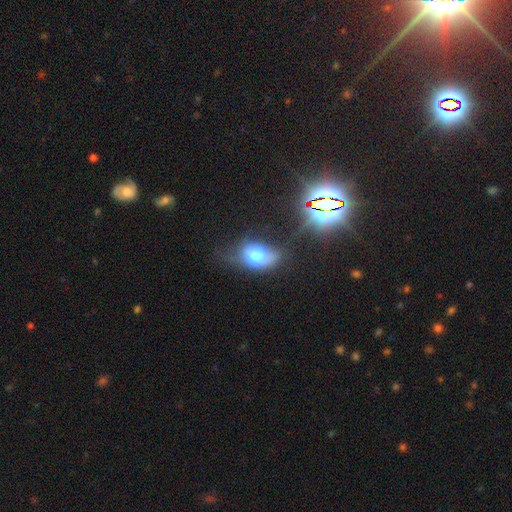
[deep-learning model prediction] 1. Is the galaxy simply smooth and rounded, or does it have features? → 66% smooth, 21% featured or disk, 13% star or artifact.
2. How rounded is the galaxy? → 80% in between, 18% round, 2% cigar-shaped.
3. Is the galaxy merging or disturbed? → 31% none, 30% minor disturbance, 22% major disturbance, 17% merger.